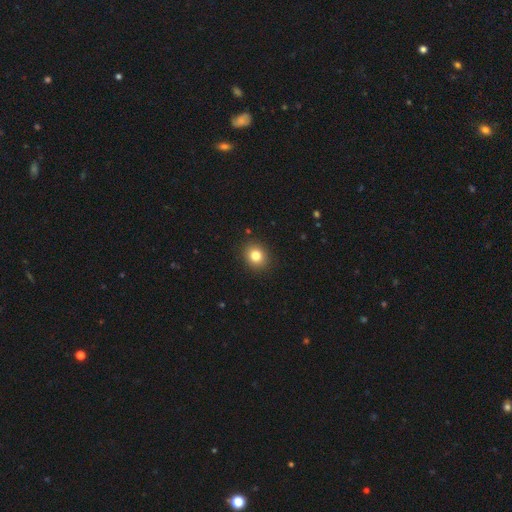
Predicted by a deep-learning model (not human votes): Smooth or featured: smooth — 82% (star or artifact — 11%)
How rounded: round — 69% (in between — 30%)
Merging: none — 90% (minor disturbance — 7%)